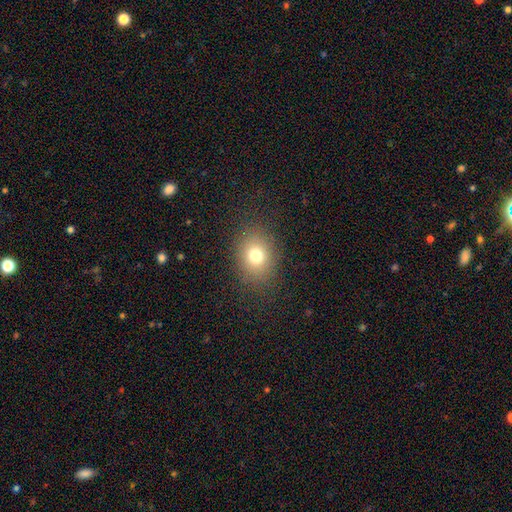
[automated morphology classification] Smooth or featured? smooth (75%)
How rounded? round (51%)
Merging? none (86%)